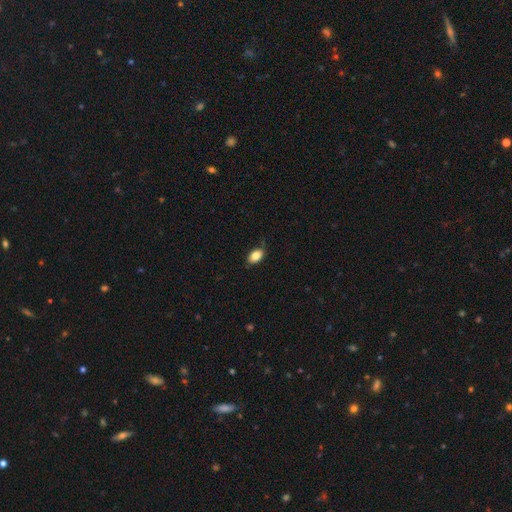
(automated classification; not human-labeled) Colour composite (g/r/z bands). It shows a smooth galaxy with no disk features (84%) that is in between round and cigar-shaped (90%). Merging: none (81%).